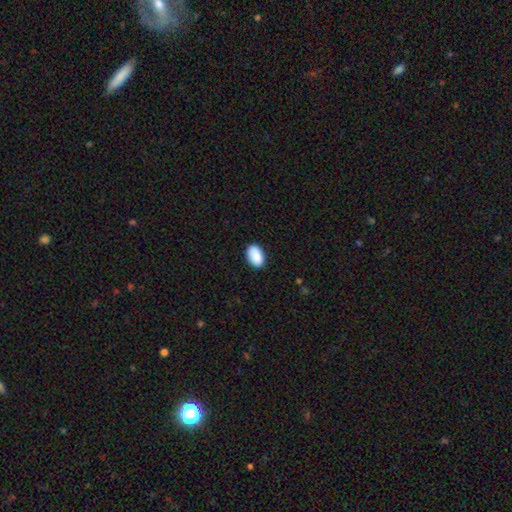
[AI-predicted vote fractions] This is clearly a smooth galaxy (90%). How rounded: clearly in between (93%). Merging: clearly none (87%).